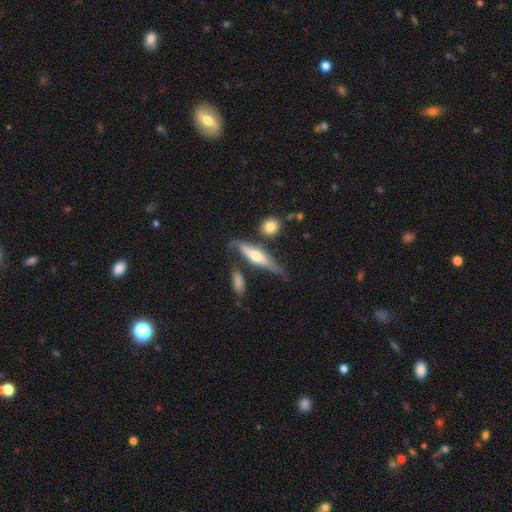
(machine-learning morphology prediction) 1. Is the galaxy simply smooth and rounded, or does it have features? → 59% featured or disk, 36% smooth, 6% star or artifact.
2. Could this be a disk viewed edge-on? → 83% yes, 17% no.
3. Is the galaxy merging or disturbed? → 60% none, 23% minor disturbance, 9% merger, 8% major disturbance.